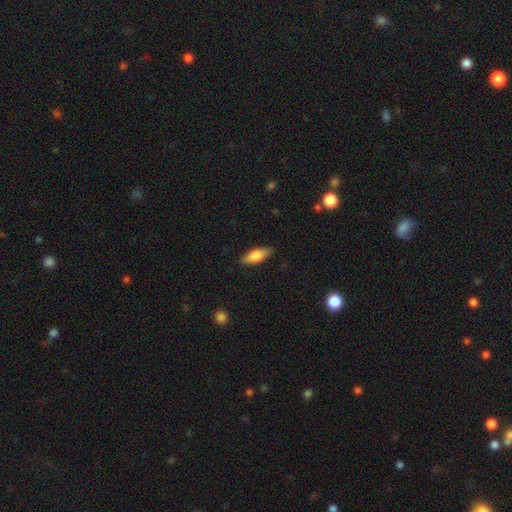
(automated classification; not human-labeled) Q: Smooth or featured?
A: smooth (75%); runner-up: featured or disk (19%)
Q: How rounded?
A: in between (67%); runner-up: cigar-shaped (30%)
Q: Merging?
A: none (86%); runner-up: minor disturbance (10%)